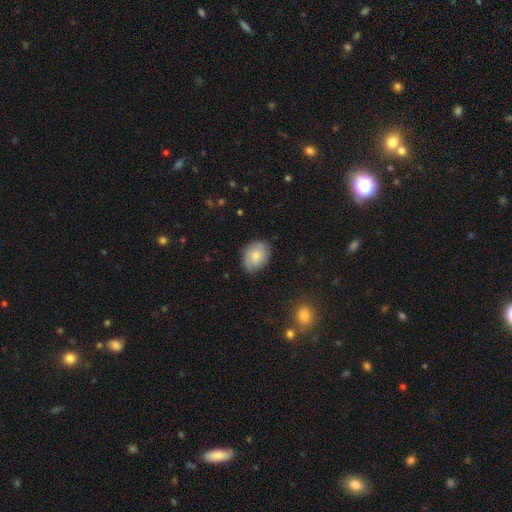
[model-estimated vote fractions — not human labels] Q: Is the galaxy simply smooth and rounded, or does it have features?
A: smooth — 76%.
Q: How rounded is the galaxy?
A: in between — 69%.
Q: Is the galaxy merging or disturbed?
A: none — 79%.